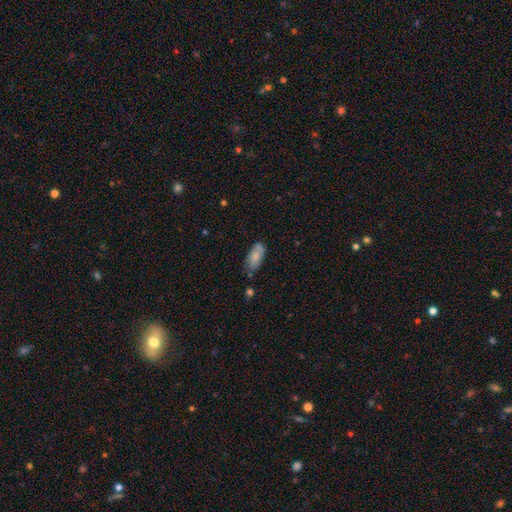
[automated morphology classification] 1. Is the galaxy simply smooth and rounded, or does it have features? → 74% smooth, 19% featured or disk, 7% star or artifact.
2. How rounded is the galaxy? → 87% in between, 11% cigar-shaped, 2% round.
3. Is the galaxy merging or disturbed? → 65% none, 24% minor disturbance, 6% merger, 5% major disturbance.